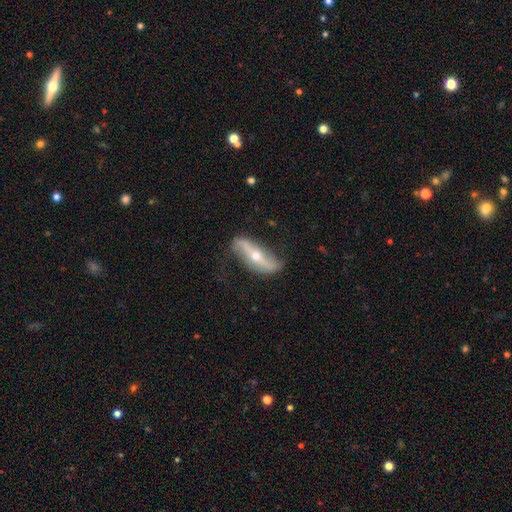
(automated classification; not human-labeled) This is likely a featured or disk galaxy (77%). It is likely not viewed edge-on (69%). Bar: possibly strong (52%). Spiral arm pattern: clearly yes (81%). Central bulge: possibly small (51%). Merging: likely none (73%).